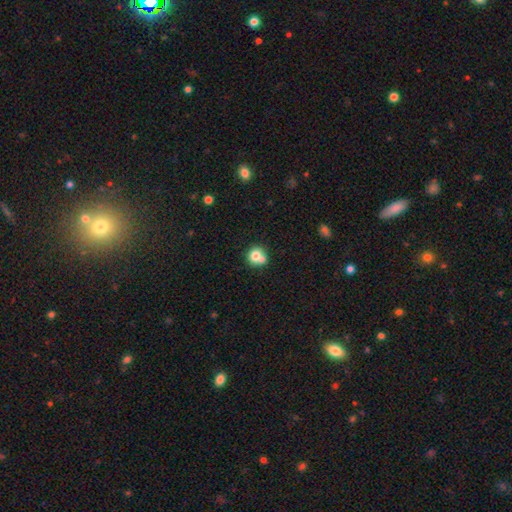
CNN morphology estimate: Overall: smooth (74%). How rounded: round (85%). Merging: none (49%; merger 38%).